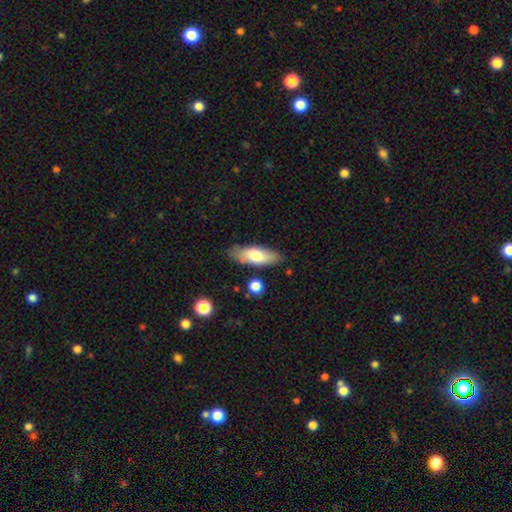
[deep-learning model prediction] Smooth or featured? smooth (70%)
How rounded? in between (67%)
Merging? none (78%)